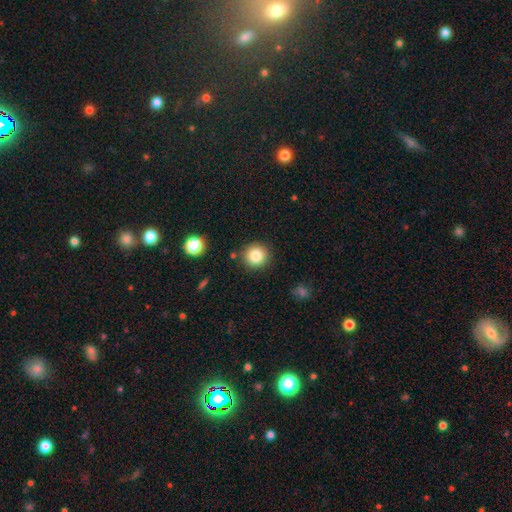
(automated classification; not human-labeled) Smooth or featured: smooth — 84% (star or artifact — 10%)
How rounded: round — 94% (in between — 6%)
Merging: none — 87% (minor disturbance — 8%)